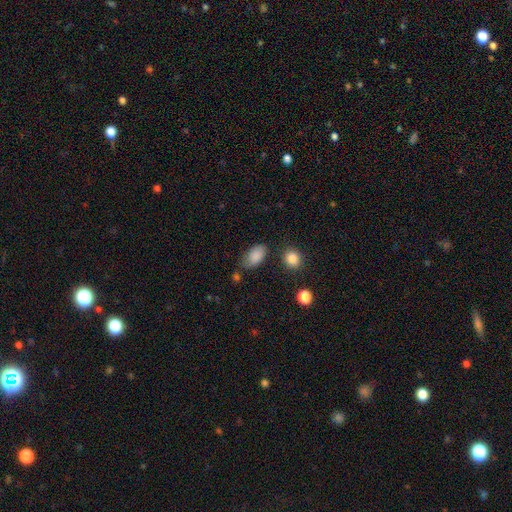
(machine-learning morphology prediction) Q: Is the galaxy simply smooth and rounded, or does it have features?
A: smooth — 86%.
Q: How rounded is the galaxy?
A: in between — 92%.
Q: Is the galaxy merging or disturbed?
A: none — 69%.